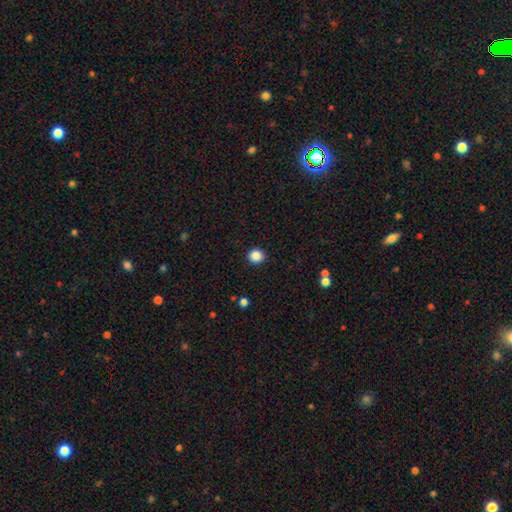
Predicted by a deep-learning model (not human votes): smooth_or_featured: smooth (p=0.87) [alt: star or artifact p=0.10]
how_rounded: round (p=0.88) [alt: in between p=0.11]
merging: none (p=0.92) [alt: minor disturbance p=0.05]